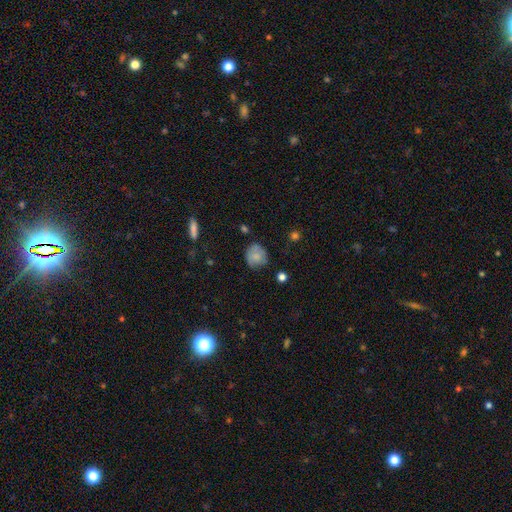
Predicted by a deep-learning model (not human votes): Smooth or featured? smooth (75%)
How rounded? round (77%)
Merging? none (67%)